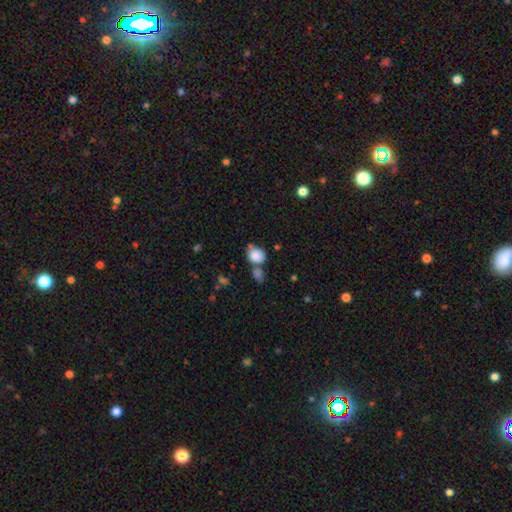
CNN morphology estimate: Overall: smooth (84%). How rounded: round (60%; in between 39%). Merging: none (49%; merger 29%).